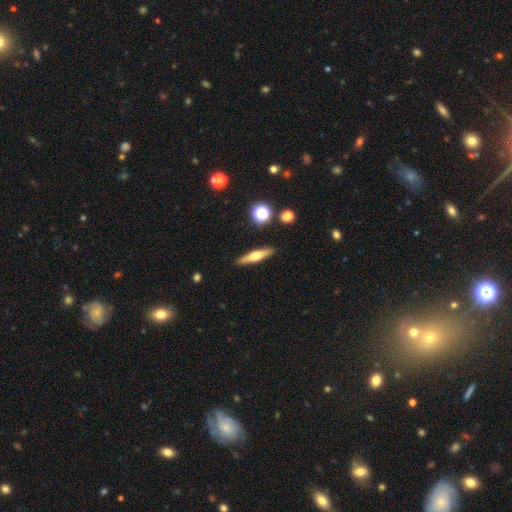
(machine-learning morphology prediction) Smooth or featured? featured or disk (54%)
Edge-on disk? yes (94%)
Edge-on bulge? rounded (90%)
Merging? none (89%)